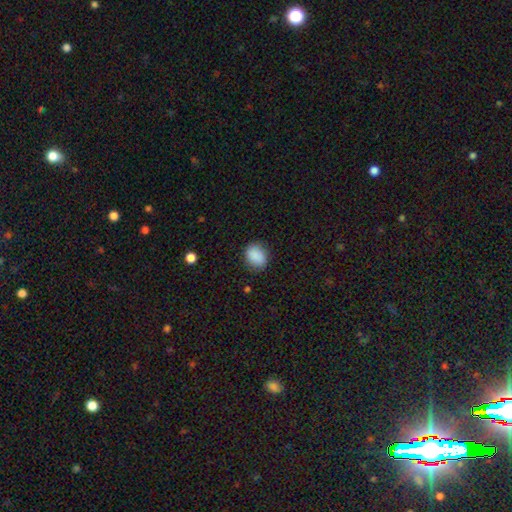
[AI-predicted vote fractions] A smooth galaxy with no disk features (88%) that is in between round and cigar-shaped (52%).

Vote fractions:
- Smooth or featured? smooth: 88% / star or artifact: 8% / featured or disk: 4%
- How rounded? in between: 52% / round: 47% / cigar-shaped: 1%
- Merging? none: 85% / minor disturbance: 11% / major disturbance: 3% / merger: 1%